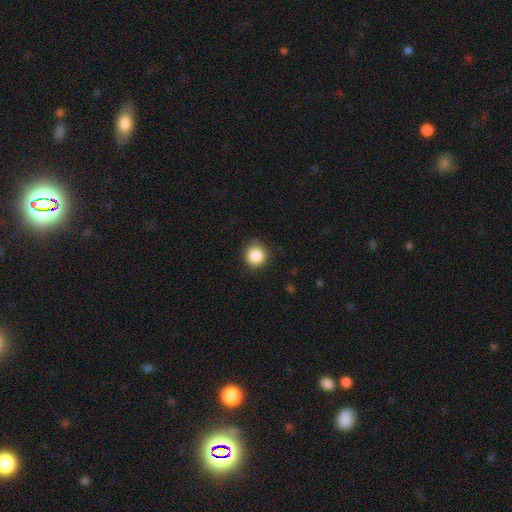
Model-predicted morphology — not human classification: Q: Smooth or featured?
A: smooth (87%); runner-up: star or artifact (10%)
Q: How rounded?
A: round (93%); runner-up: in between (6%)
Q: Merging?
A: none (88%); runner-up: minor disturbance (9%)